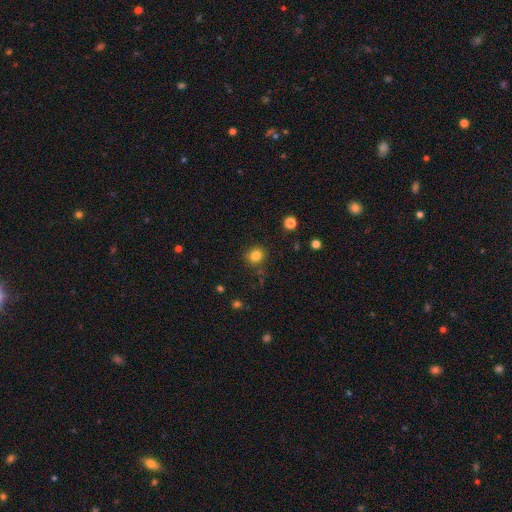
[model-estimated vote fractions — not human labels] Overall: smooth (82%). How rounded: round (81%). Merging: none (86%).